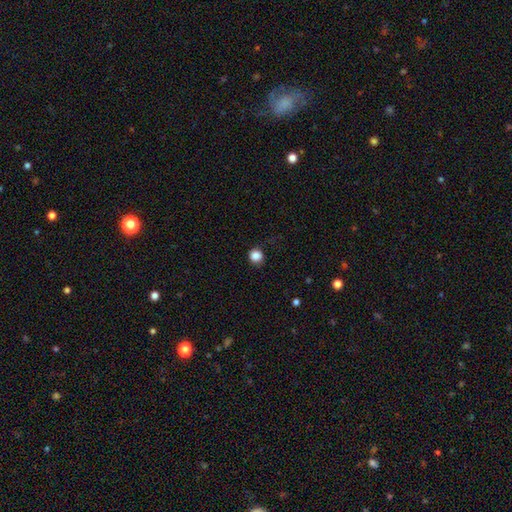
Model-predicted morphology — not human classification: Smooth or featured? smooth (86%)
How rounded? round (91%)
Merging? none (83%)